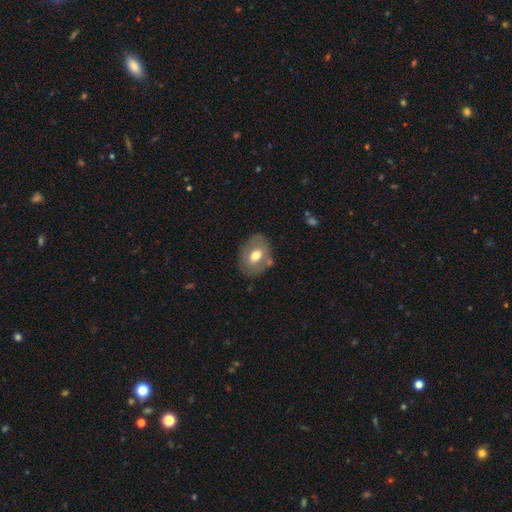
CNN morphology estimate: This appears to be a smooth galaxy with no disk features (62%) that is in between round and cigar-shaped (68%). Merging: none (74%).